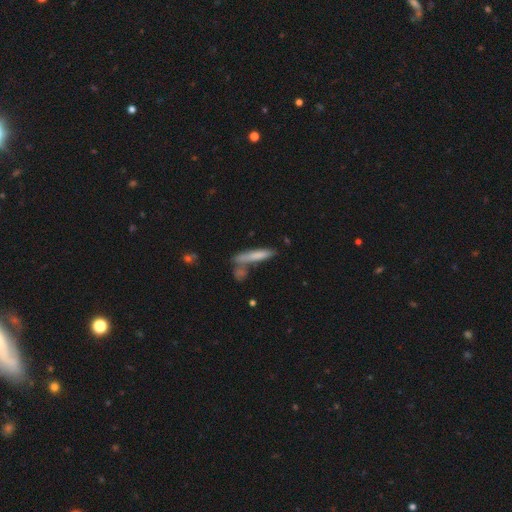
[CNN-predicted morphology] The model was most divided on "merging": none: 65%, merger: 17%, minor disturbance: 14%, major disturbance: 4%. More confident: how rounded — cigar-shaped (88%); smooth or featured — smooth (71%).